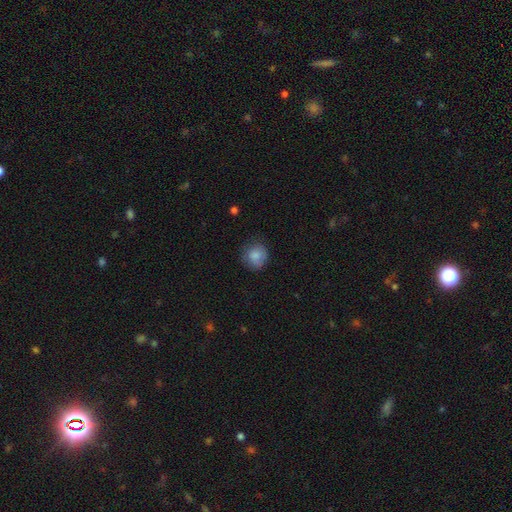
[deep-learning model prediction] Overall: smooth (83%). How rounded: round (87%). Merging: none (73%).